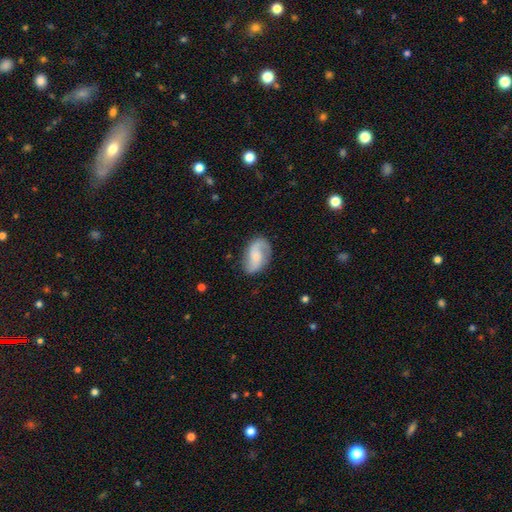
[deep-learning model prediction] Smooth or featured?
  - featured or disk: 67% *
  - smooth: 26%
  - star or artifact: 6%
Edge-on disk?
  - no: 97% *
  - yes: 3%
Bar?
  - no: 50% *
  - weak: 40%
  - strong: 10%
Spiral arms?
  - yes: 93% *
  - no: 7%
Spiral winding?
  - loose: 51% *
  - medium: 36%
  - tight: 13%
Spiral arm count?
  - 2: 86% *
  - 1: 6%
  - can't tell: 5%
  - 3: 1%
  - 4: 1%
  - more than 4: 1%
Bulge size?
  - small: 37% *
  - moderate: 31%
  - none: 22%
  - large: 7%
  - dominant: 2%
Merging?
  - none: 74% *
  - minor disturbance: 18%
  - major disturbance: 6%
  - merger: 2%